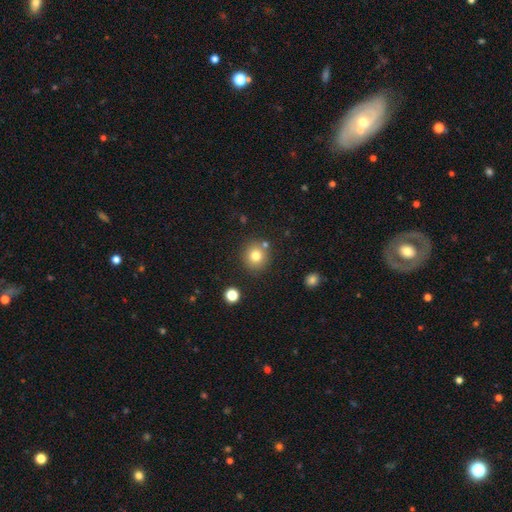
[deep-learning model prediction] This appears to be a smooth galaxy with no disk features (79%) that is round (90%). Merging: none (81%).